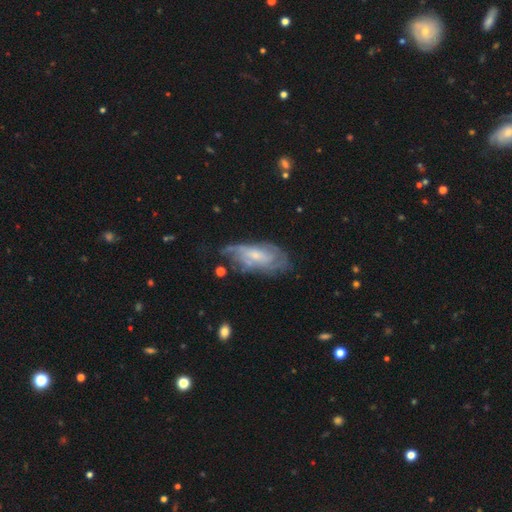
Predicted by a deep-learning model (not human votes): Smooth or featured?
  - featured or disk: 70% *
  - smooth: 23%
  - star or artifact: 7%
Edge-on disk?
  - no: 92% *
  - yes: 8%
Bar?
  - no: 61% *
  - weak: 33%
  - strong: 6%
Spiral arms?
  - yes: 79% *
  - no: 21%
Spiral winding?
  - tight: 46% *
  - medium: 36%
  - loose: 19%
Spiral arm count?
  - can't tell: 55% *
  - 2: 20%
  - 3: 10%
  - 4: 6%
  - 1: 5%
  - more than 4: 4%
Bulge size?
  - small: 59% *
  - moderate: 31%
  - none: 7%
  - large: 3%
  - dominant: 1%
Merging?
  - none: 48% *
  - minor disturbance: 28%
  - major disturbance: 21%
  - merger: 4%